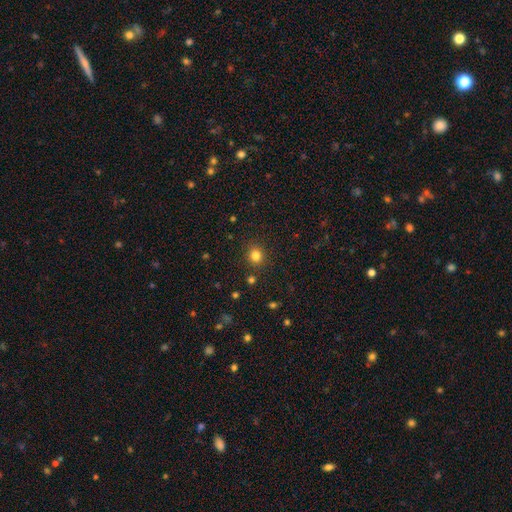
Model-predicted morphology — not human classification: Smooth or featured: smooth — 82% (star or artifact — 14%)
How rounded: round — 79% (in between — 20%)
Merging: none — 87% (minor disturbance — 7%)